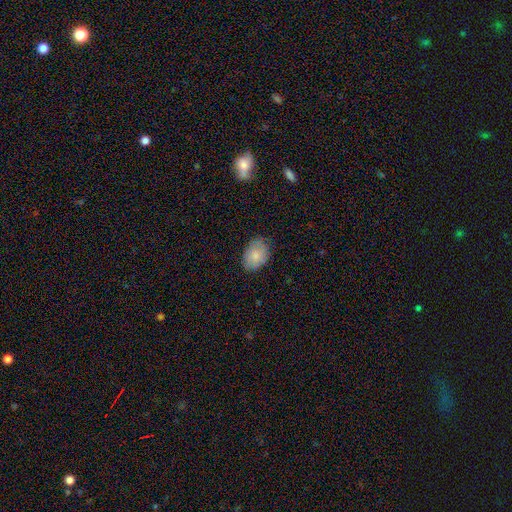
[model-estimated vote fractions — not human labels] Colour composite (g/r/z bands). It shows a smooth galaxy with no disk features (81%) that is in between round and cigar-shaped (82%). Merging: none (77%).